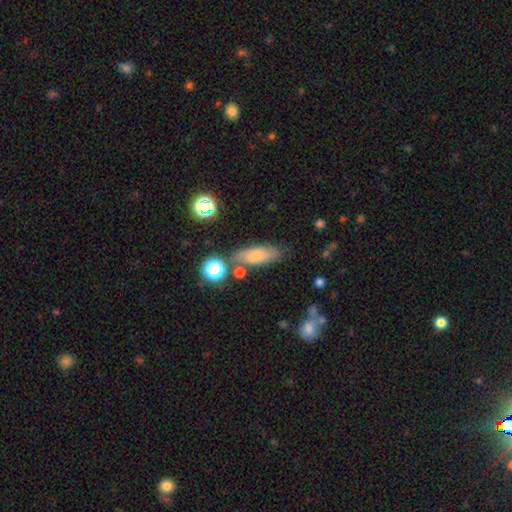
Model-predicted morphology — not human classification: Smooth or featured? smooth (70%)
How rounded? in between (65%)
Merging? none (67%)